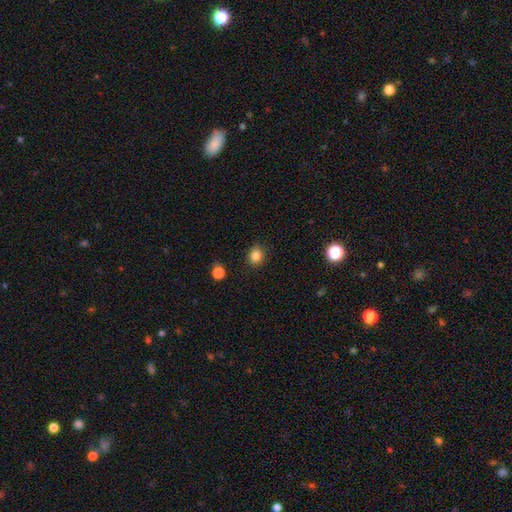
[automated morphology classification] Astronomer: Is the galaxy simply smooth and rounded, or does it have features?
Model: smooth — 84%.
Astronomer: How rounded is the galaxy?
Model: round — 64%.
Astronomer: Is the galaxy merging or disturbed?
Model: none — 88%.